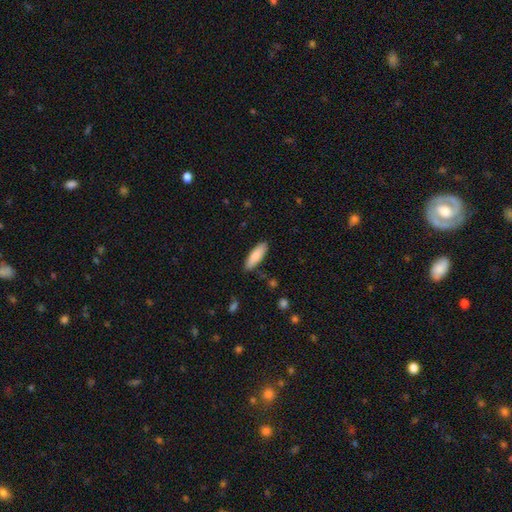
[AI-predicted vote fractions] Morphology: type=smooth (84%); roundness=in between (54%); merging=none (84%).